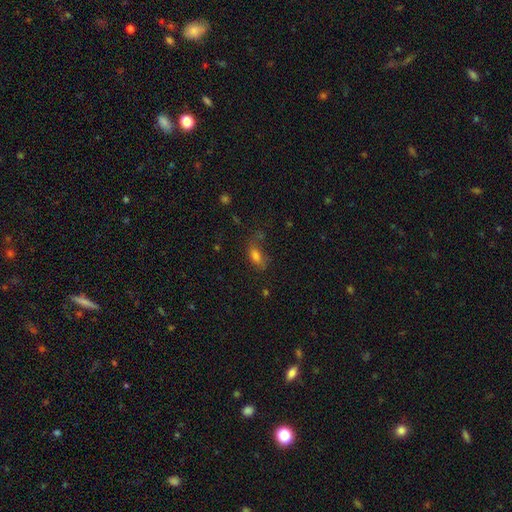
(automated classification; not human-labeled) Smooth or featured? Predicted: smooth (p=0.75). How rounded? Predicted: in between (p=0.84). Merging? Predicted: none (p=0.49).